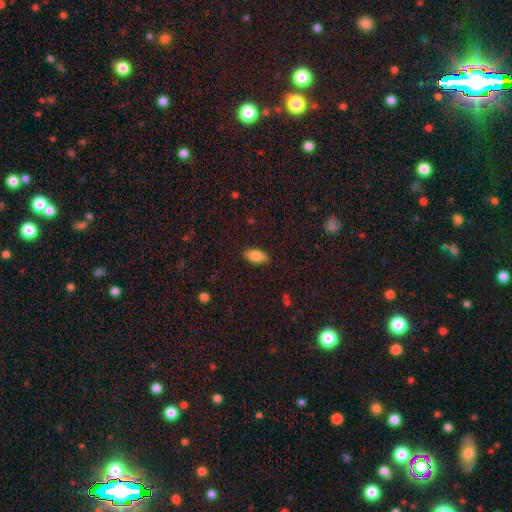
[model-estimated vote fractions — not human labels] The model was most divided on "smooth or featured": smooth: 83%, featured or disk: 10%, star or artifact: 7%. More confident: how rounded — in between (90%); merging — none (87%).